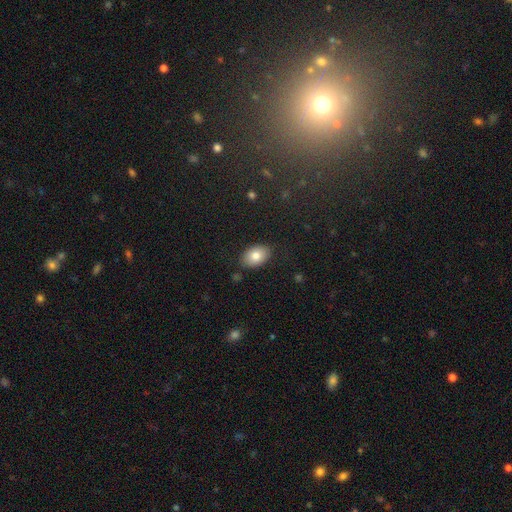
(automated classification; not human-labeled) This is clearly a smooth galaxy (81%). How rounded: clearly in between (87%). Merging: clearly none (85%).